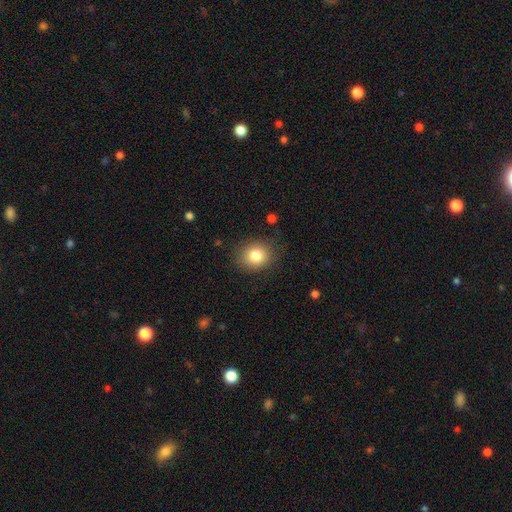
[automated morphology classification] Q: Smooth or featured?
A: smooth (82%); runner-up: star or artifact (10%)
Q: How rounded?
A: round (68%); runner-up: in between (31%)
Q: Merging?
A: none (85%); runner-up: minor disturbance (11%)